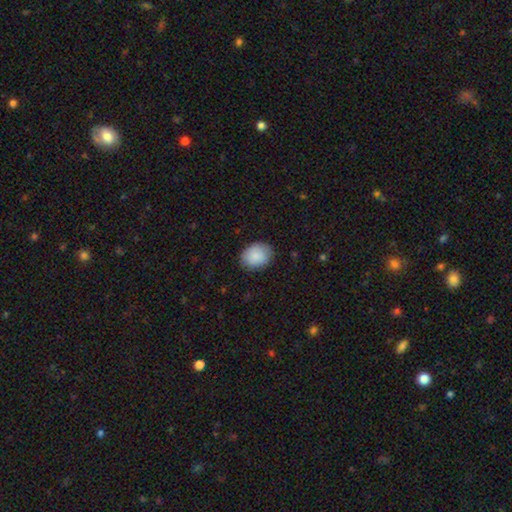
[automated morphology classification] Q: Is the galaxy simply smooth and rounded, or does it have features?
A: smooth — 89%.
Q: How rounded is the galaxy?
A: in between — 57%.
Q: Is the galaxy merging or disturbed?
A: none — 81%.